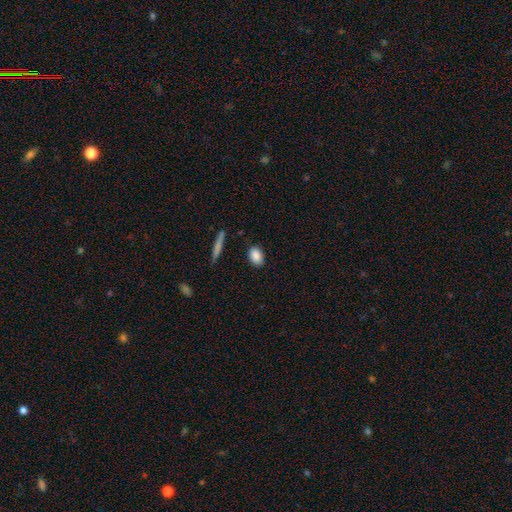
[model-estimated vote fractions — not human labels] Smooth or featured? smooth (88%)
How rounded? in between (83%)
Merging? none (86%)